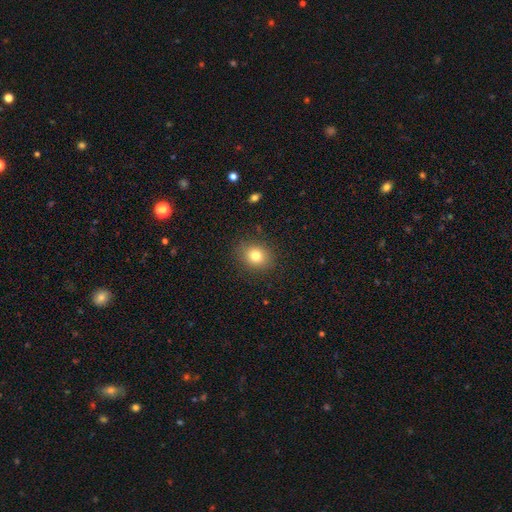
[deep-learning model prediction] This appears to be a smooth galaxy with no disk features (79%) that is round (62%). Merging: none (87%).